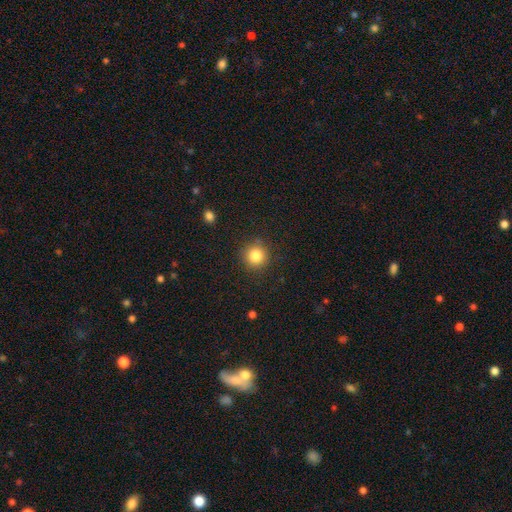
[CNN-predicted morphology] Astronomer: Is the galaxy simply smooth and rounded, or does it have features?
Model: smooth — 83%.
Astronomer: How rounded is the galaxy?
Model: round — 94%.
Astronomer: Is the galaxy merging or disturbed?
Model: none — 89%.